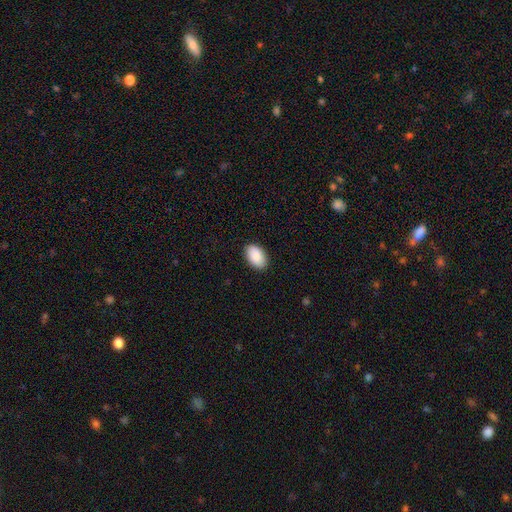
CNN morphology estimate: type=smooth (89%); roundness=in between (93%); merging=none (89%).